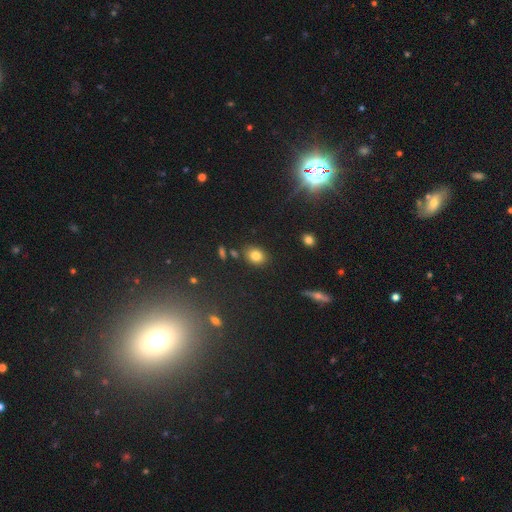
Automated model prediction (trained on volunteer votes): smooth-or-featured: smooth: 81% | star or artifact: 11% | featured or disk: 8%
  how-rounded: in between: 56% | round: 42% | cigar-shaped: 1%
  merging: none: 84% | minor disturbance: 10% | merger: 4% | major disturbance: 3%